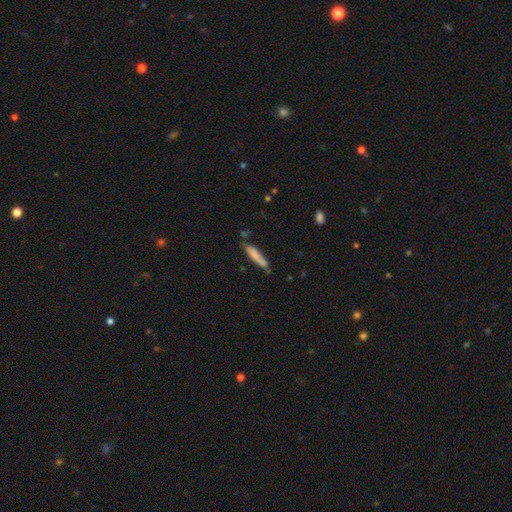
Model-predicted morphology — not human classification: The model was most divided on "merging": none: 60%, minor disturbance: 24%, merger: 10%, major disturbance: 6%. More confident: how rounded — cigar-shaped (82%); smooth or featured — smooth (76%).